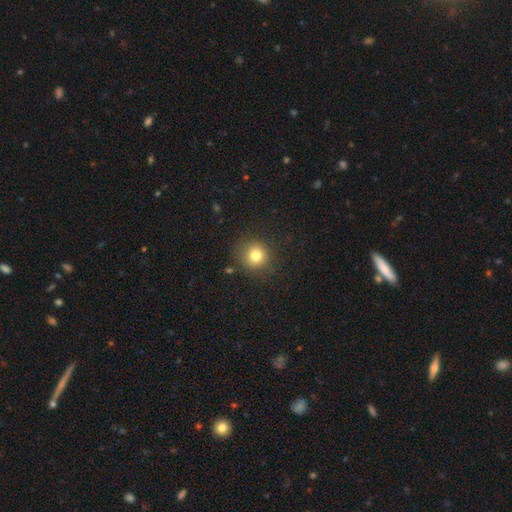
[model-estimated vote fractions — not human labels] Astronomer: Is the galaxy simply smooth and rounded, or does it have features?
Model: smooth — 79%.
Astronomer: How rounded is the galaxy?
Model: round — 91%.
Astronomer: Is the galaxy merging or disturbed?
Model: none — 85%.